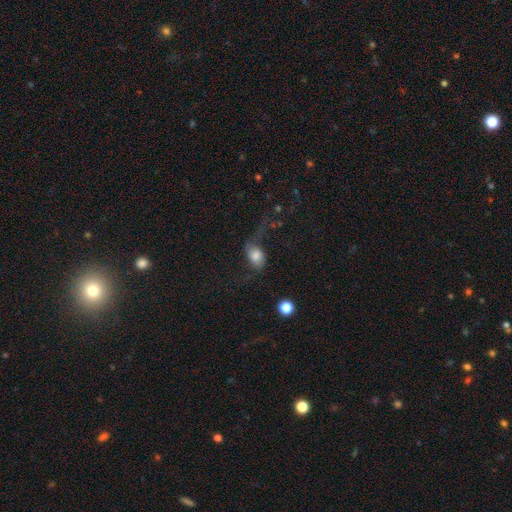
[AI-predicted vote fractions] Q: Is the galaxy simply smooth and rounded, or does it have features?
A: smooth — 63%.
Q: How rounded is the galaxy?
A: in between — 80%.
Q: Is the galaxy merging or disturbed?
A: major disturbance — 41%.